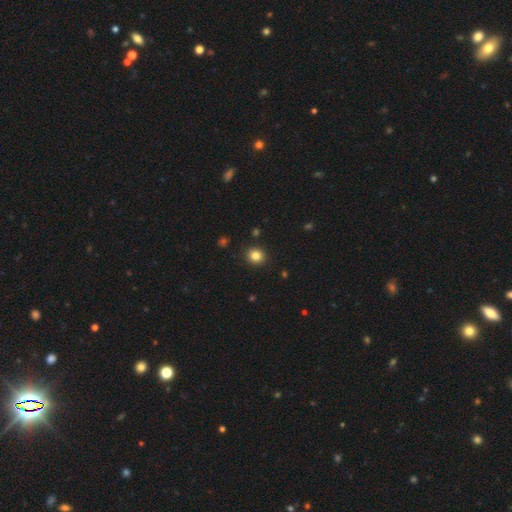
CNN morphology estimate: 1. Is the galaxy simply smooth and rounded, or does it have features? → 83% smooth, 12% star or artifact, 5% featured or disk.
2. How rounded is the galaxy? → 86% round, 13% in between, 1% cigar-shaped.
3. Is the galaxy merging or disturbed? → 91% none, 6% minor disturbance, 2% major disturbance, 1% merger.